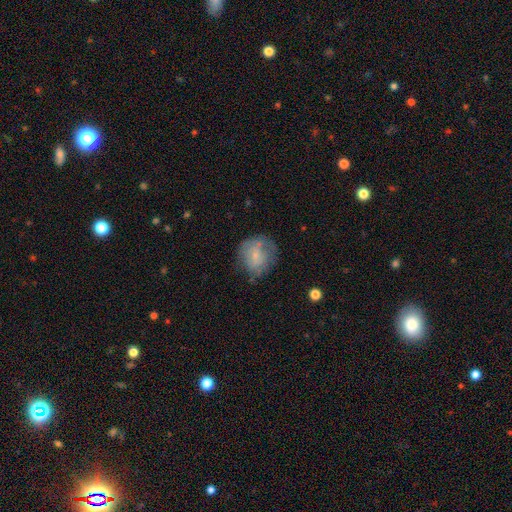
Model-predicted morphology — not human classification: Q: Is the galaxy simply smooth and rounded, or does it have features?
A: smooth — 62%.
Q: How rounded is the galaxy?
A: round — 79%.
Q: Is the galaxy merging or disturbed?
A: none — 58%.